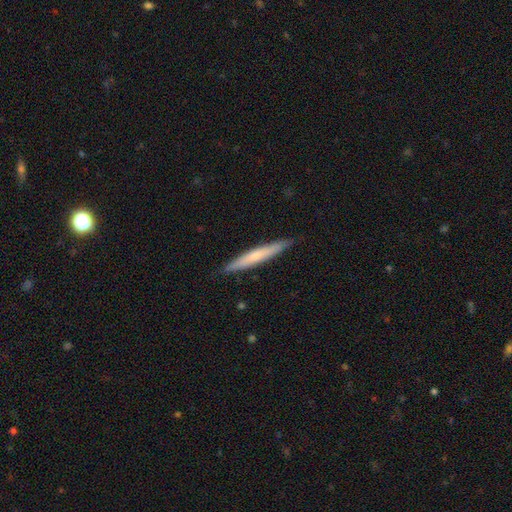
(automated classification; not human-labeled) Smooth or featured?
  - smooth: 53% *
  - featured or disk: 42%
  - star or artifact: 5%
How rounded?
  - cigar-shaped: 95% *
  - in between: 4%
  - round: 1%
Merging?
  - none: 89% *
  - minor disturbance: 8%
  - major disturbance: 1%
  - merger: 1%